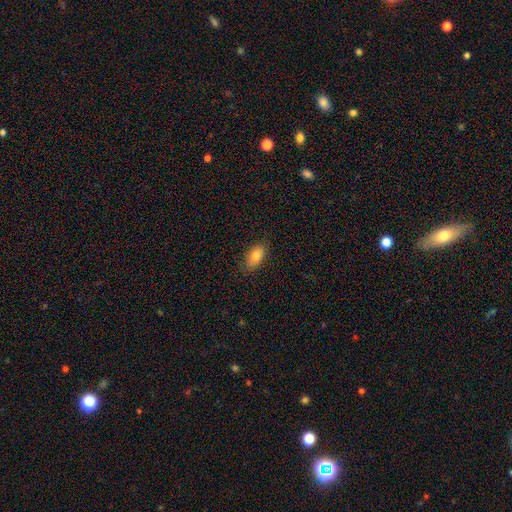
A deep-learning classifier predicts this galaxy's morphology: A smooth galaxy with no disk features (82%) that is in between round and cigar-shaped (90%).

Vote fractions:
- Smooth or featured? smooth: 82% / featured or disk: 10% / star or artifact: 8%
- How rounded? in between: 90% / cigar-shaped: 5% / round: 5%
- Merging? none: 84% / minor disturbance: 13% / major disturbance: 3% / merger: 1%